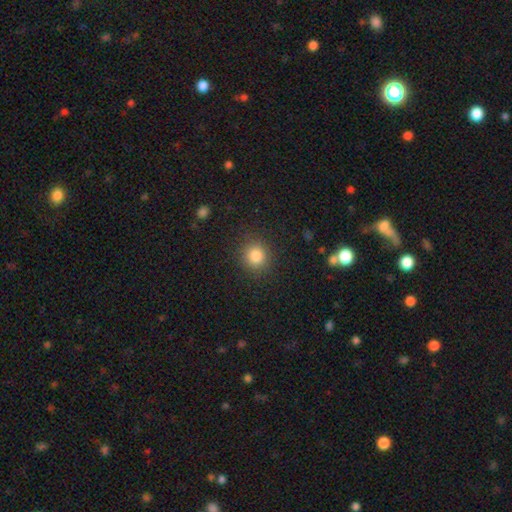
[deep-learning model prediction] Smooth or featured? smooth (83%)
How rounded? round (89%)
Merging? none (89%)